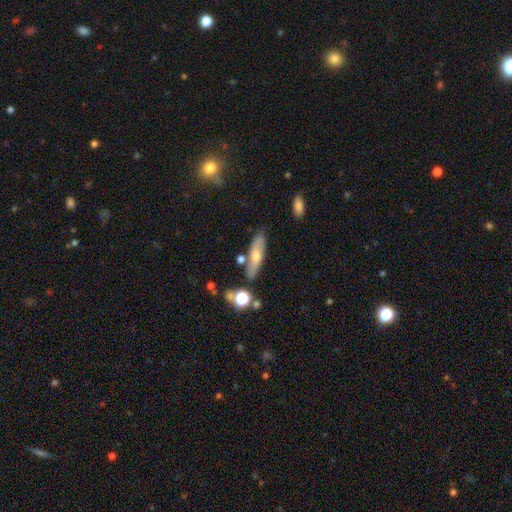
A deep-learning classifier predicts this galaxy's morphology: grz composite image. It shows a smooth galaxy with no disk features (59%) that is cigar-shaped (59%). Merging: none (74%).